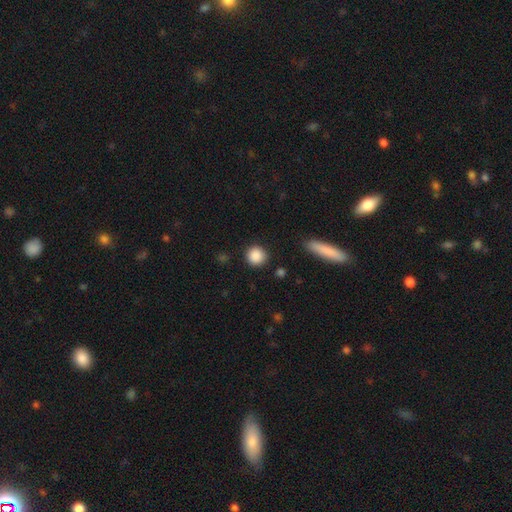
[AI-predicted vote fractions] Overall: smooth (88%). How rounded: round (93%). Merging: none (89%).